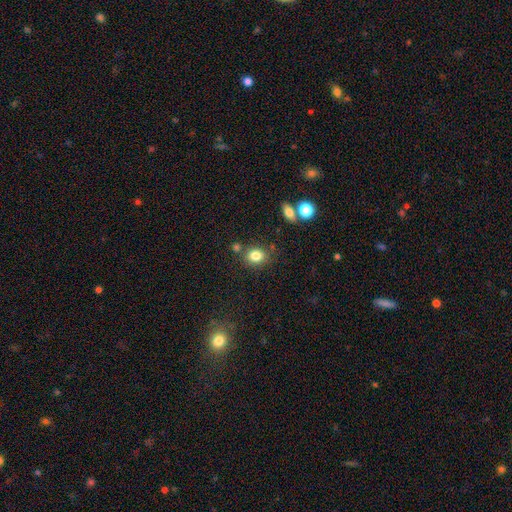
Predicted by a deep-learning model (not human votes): Overall: smooth (82%). How rounded: round (52%; in between 47%). Merging: none (73%).